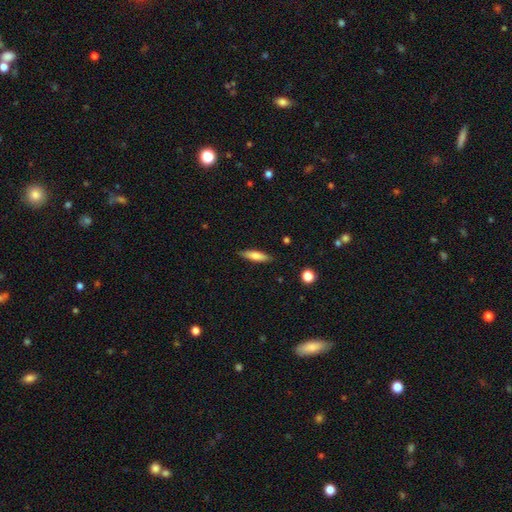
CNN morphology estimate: smooth_or_featured: smooth (p=0.75) [alt: featured or disk p=0.19]
how_rounded: cigar-shaped (p=0.70) [alt: in between p=0.29]
merging: none (p=0.87) [alt: minor disturbance p=0.10]